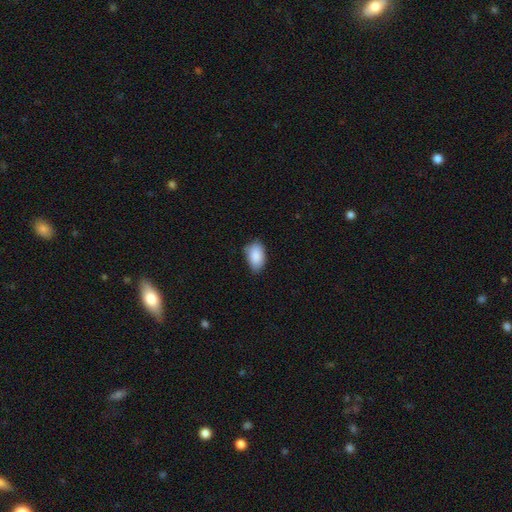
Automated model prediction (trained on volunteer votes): The model was most divided on "merging": none: 69%, minor disturbance: 26%, major disturbance: 4%, merger: 1%. More confident: how rounded — in between (92%); smooth or featured — smooth (89%).